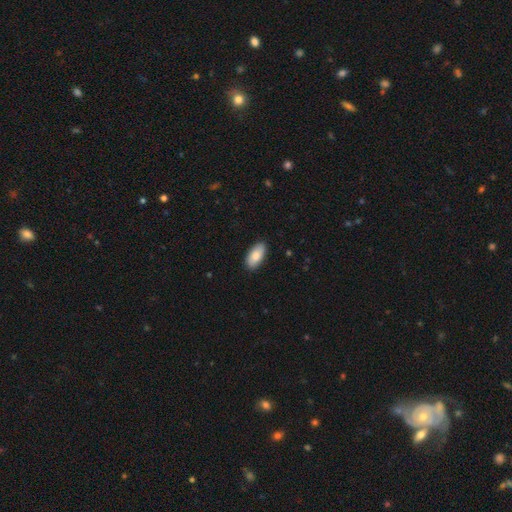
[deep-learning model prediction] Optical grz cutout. It shows a smooth galaxy with no disk features (86%) that is in between round and cigar-shaped (93%). Merging: none (89%).